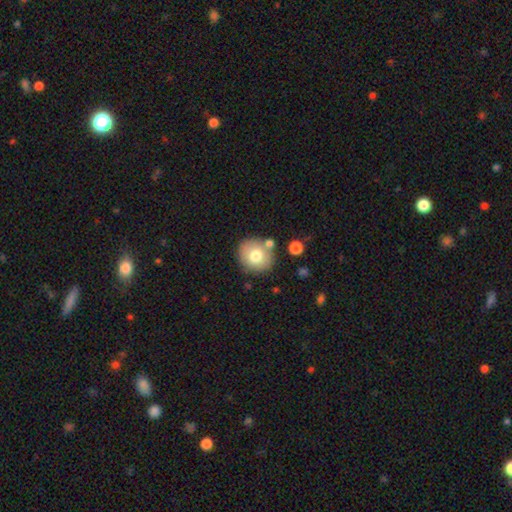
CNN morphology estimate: A smooth galaxy with no disk features (74%) that is round (85%).

Vote fractions:
- Smooth or featured? smooth: 74% / featured or disk: 17% / star or artifact: 9%
- How rounded? round: 85% / in between: 14% / cigar-shaped: 1%
- Merging? none: 76% / minor disturbance: 11% / merger: 9% / major disturbance: 3%